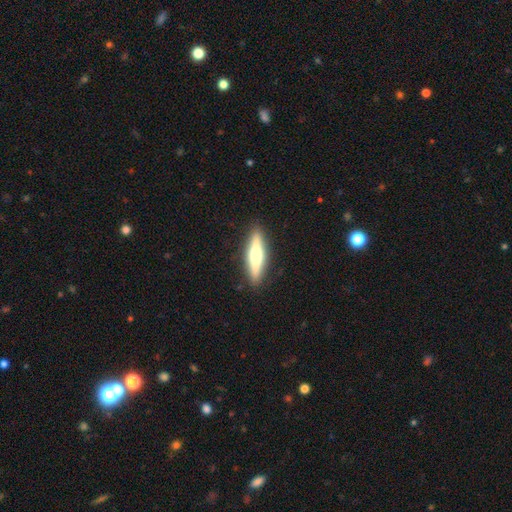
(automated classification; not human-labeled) Smooth or featured? smooth (49%)
Merging? none (90%)